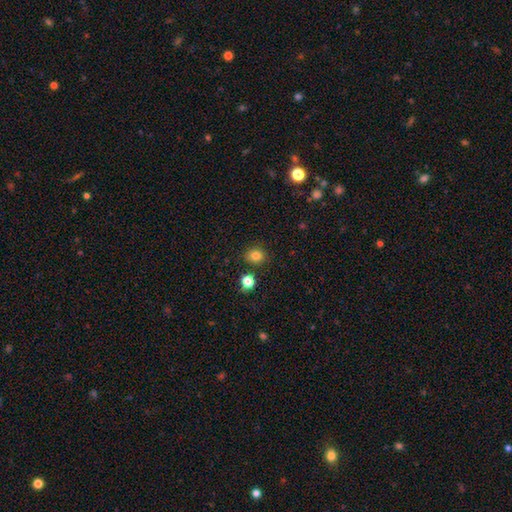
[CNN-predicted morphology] smooth-or-featured: smooth: 81% | star or artifact: 13% | featured or disk: 6%
  how-rounded: round: 80% | in between: 19% | cigar-shaped: 1%
  merging: none: 85% | minor disturbance: 8% | merger: 5% | major disturbance: 2%